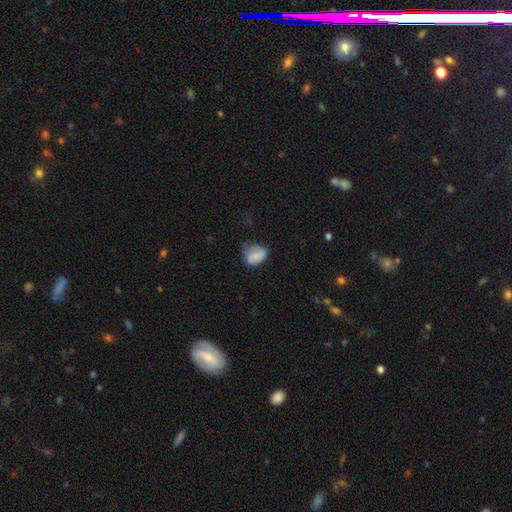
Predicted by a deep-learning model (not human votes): Overall: smooth (70%). How rounded: in between (58%; round 41%). Merging: none (47%; minor disturbance 36%).